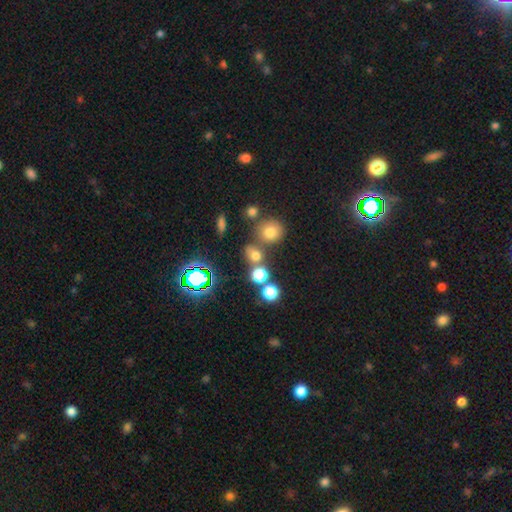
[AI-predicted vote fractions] Smooth or featured?
  - smooth: 65% *
  - star or artifact: 25%
  - featured or disk: 10%
How rounded?
  - round: 73% *
  - in between: 25%
  - cigar-shaped: 2%
Merging?
  - none: 57% *
  - merger: 29%
  - minor disturbance: 9%
  - major disturbance: 5%